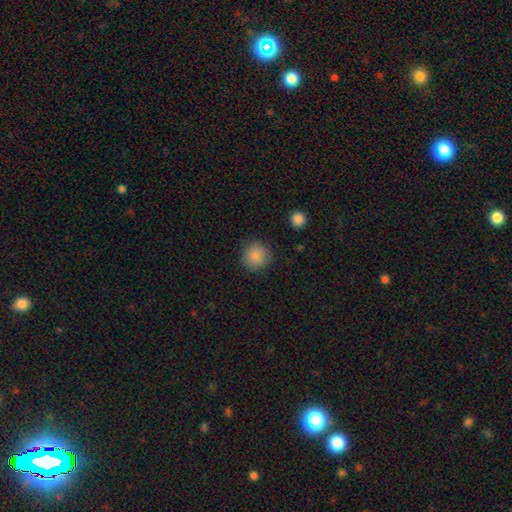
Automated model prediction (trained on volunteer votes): Smooth or featured: smooth — 88% (star or artifact — 9%)
How rounded: round — 93% (in between — 6%)
Merging: none — 88% (minor disturbance — 8%)